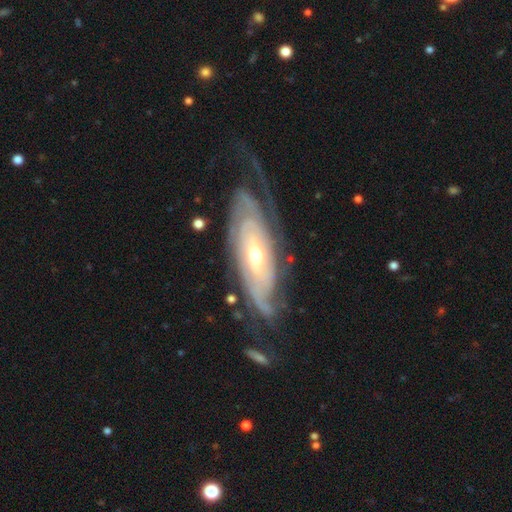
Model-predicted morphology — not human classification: smooth_or_featured: featured or disk (p=0.87) [alt: smooth p=0.08]
disk_edge_on: no (p=0.88) [alt: yes p=0.12]
bar: no (p=0.66) [alt: weak p=0.23]
has_spiral_arms: yes (p=0.95) [alt: no p=0.05]
spiral_winding: tight (p=0.72) [alt: medium p=0.22]
spiral_arm_count: can't tell (p=0.40) [alt: 2 p=0.27]
bulge_size: moderate (p=0.48) [alt: small p=0.47]
merging: none (p=0.64) [alt: minor disturbance p=0.20]